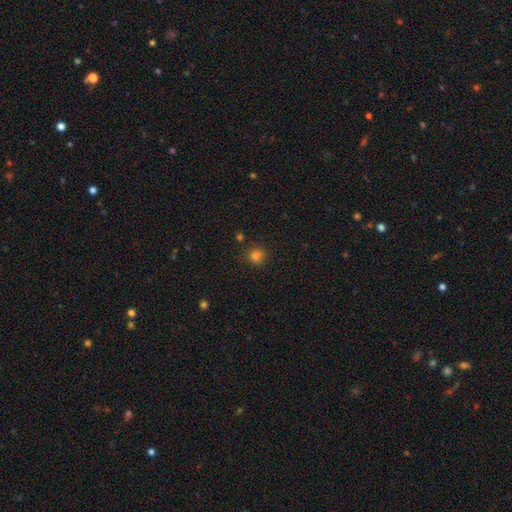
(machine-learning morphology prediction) type=smooth (79%); roundness=round (87%); merging=none (84%).